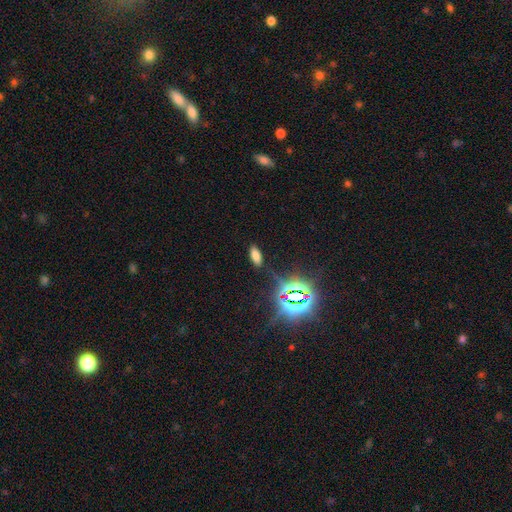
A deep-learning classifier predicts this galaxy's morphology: Smooth or featured? smooth (65%)
How rounded? in between (81%)
Merging? none (85%)